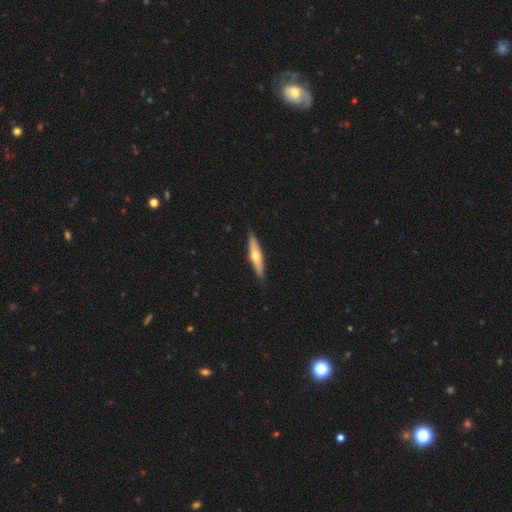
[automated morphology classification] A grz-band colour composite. It shows a featured or disk galaxy (54%) viewed edge-on (92%). Merging: none (88%).